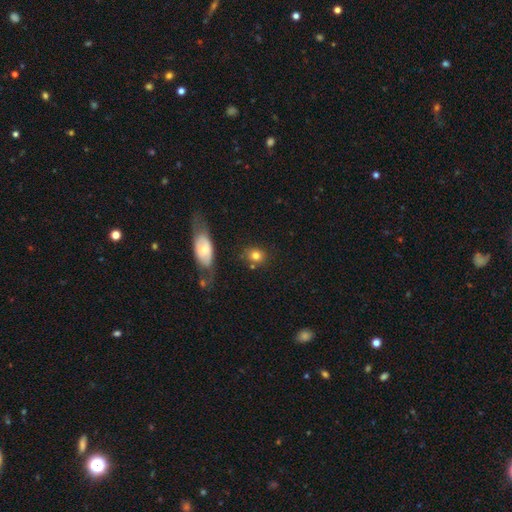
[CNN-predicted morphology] smooth-or-featured: smooth: 78% | featured or disk: 12% | star or artifact: 10%
  how-rounded: round: 70% | in between: 28% | cigar-shaped: 2%
  merging: none: 72% | minor disturbance: 13% | merger: 10% | major disturbance: 5%